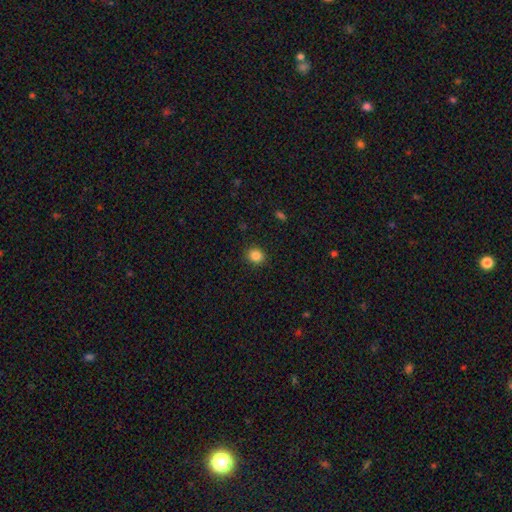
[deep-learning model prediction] Q: Smooth or featured?
A: smooth (85%); runner-up: star or artifact (11%)
Q: How rounded?
A: round (79%); runner-up: in between (20%)
Q: Merging?
A: none (91%); runner-up: minor disturbance (6%)